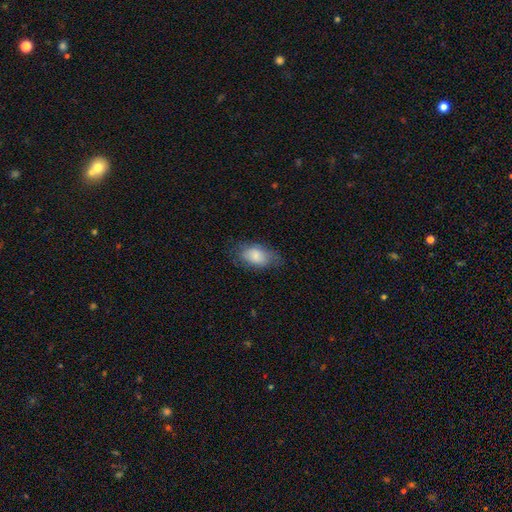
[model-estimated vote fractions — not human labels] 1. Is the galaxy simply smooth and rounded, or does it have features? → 78% smooth, 15% featured or disk, 7% star or artifact.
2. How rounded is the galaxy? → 91% in between, 7% round, 2% cigar-shaped.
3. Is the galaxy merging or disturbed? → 66% none, 24% minor disturbance, 10% major disturbance, 1% merger.